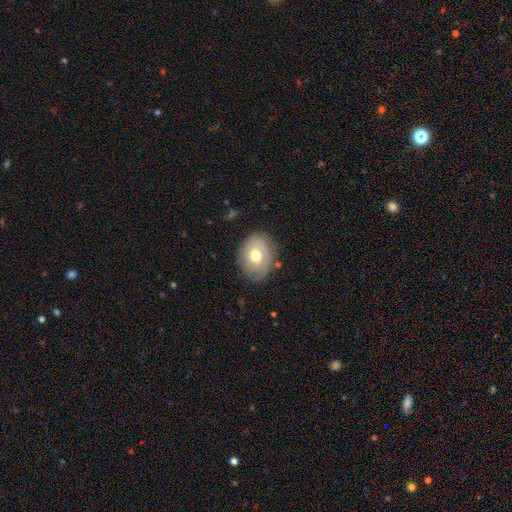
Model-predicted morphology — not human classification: Smooth or featured?
  - smooth: 57% *
  - featured or disk: 35%
  - star or artifact: 8%
How rounded?
  - in between: 58% *
  - round: 41%
  - cigar-shaped: 1%
Merging?
  - none: 75% *
  - minor disturbance: 18%
  - major disturbance: 5%
  - merger: 2%